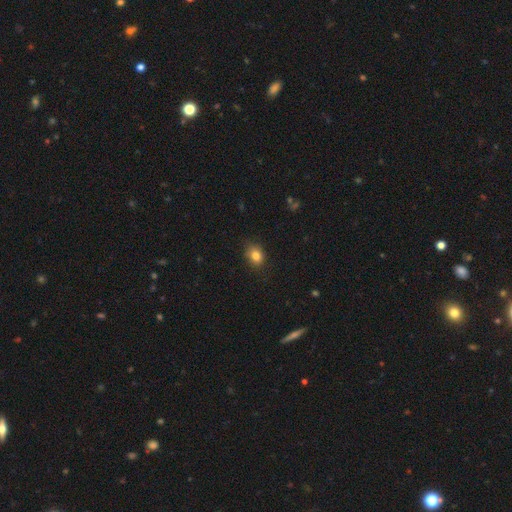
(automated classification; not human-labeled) A smooth galaxy with no disk features (83%) that is in between round and cigar-shaped (56%). Merging: none (79%).